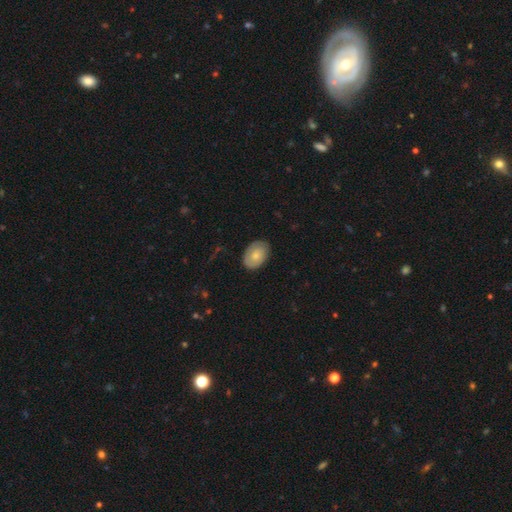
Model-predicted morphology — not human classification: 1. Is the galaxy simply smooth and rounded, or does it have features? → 61% smooth, 33% featured or disk, 6% star or artifact.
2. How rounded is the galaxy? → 80% in between, 19% round, 1% cigar-shaped.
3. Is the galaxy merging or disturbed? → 79% none, 17% minor disturbance, 4% major disturbance, 1% merger.